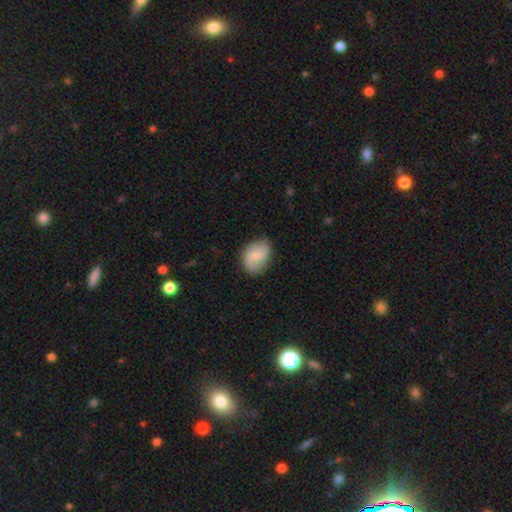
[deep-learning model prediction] Smooth or featured?
  - smooth: 55% *
  - featured or disk: 38%
  - star or artifact: 7%
How rounded?
  - in between: 66% *
  - round: 33%
  - cigar-shaped: 1%
Merging?
  - none: 69% *
  - minor disturbance: 23%
  - major disturbance: 6%
  - merger: 1%